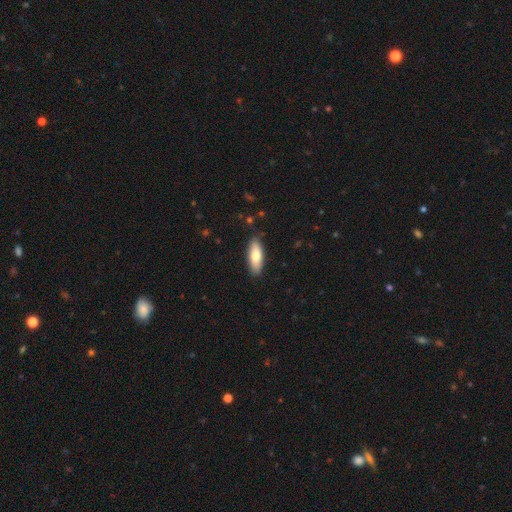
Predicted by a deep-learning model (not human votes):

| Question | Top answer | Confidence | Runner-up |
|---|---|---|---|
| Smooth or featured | smooth | 77% | featured or disk (17%) |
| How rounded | in between | 71% | cigar-shaped (28%) |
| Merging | none | 86% | minor disturbance (11%) |